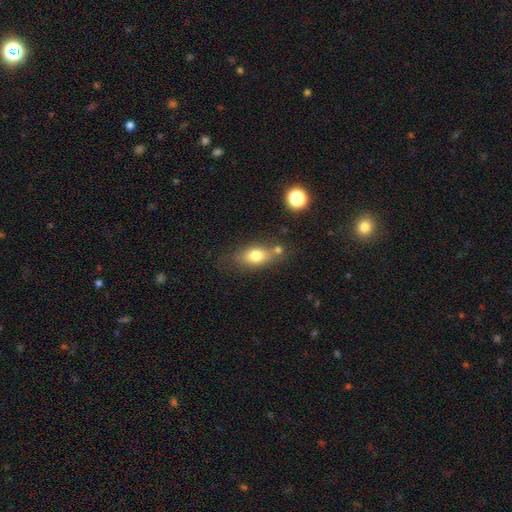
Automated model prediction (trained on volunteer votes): Smooth or featured: smooth — 74% (featured or disk — 17%)
How rounded: in between — 74% (round — 17%)
Merging: none — 51% (merger — 21%)